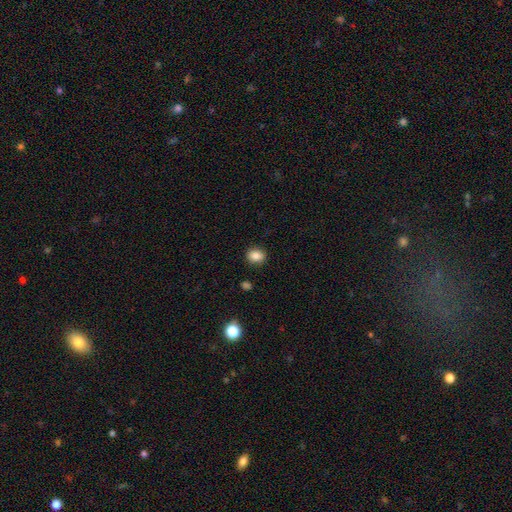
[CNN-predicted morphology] This is clearly a smooth galaxy (85%). How rounded: possibly round (56%). Merging: clearly none (88%).